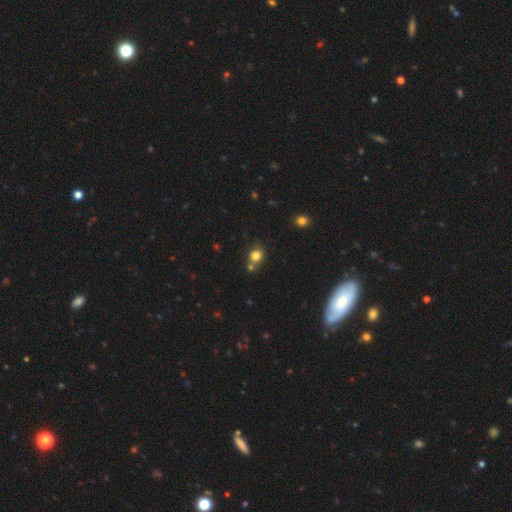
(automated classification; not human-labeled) smooth-or-featured: smooth: 79% | star or artifact: 14% | featured or disk: 7%
  how-rounded: round: 77% | in between: 22% | cigar-shaped: 1%
  merging: none: 66% | merger: 20% | minor disturbance: 11% | major disturbance: 3%